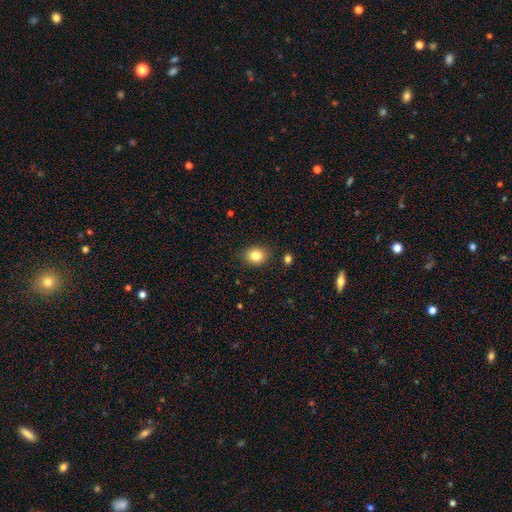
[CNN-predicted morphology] This is clearly a smooth galaxy (83%). How rounded: possibly round (59%). Merging: clearly none (86%).